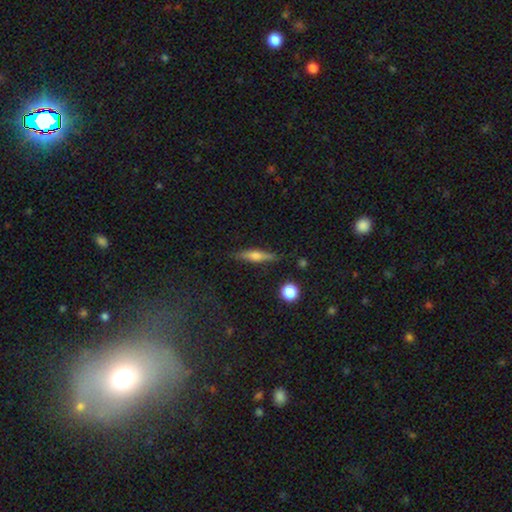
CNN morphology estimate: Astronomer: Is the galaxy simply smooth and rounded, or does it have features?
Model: featured or disk — 47% (runner-up: smooth, 46%).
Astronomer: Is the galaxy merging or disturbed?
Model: none — 83%.